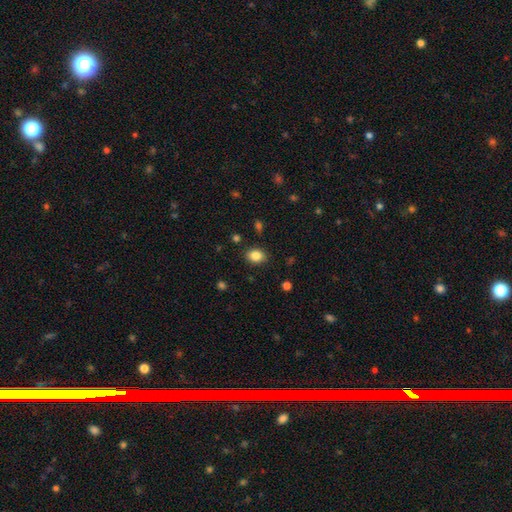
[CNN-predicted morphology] smooth 86%, star or artifact 10%, featured or disk 5%. Down the decision tree: how rounded — in between (62%); merging — none (86%).